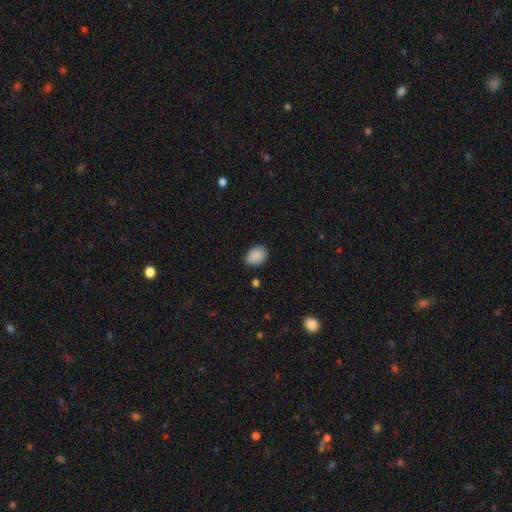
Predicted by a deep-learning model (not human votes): A smooth galaxy with no disk features (89%) that is in between round and cigar-shaped (72%). Merging: none (79%).